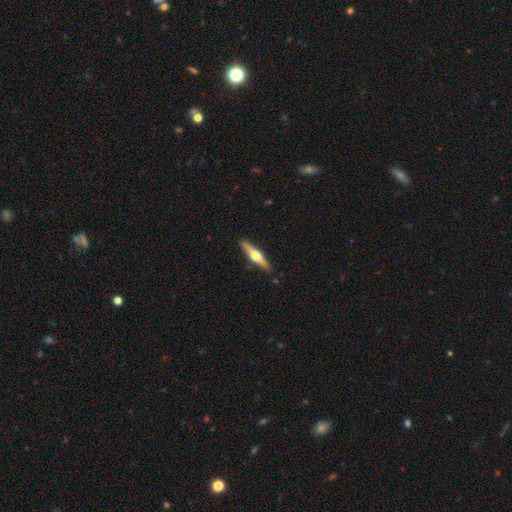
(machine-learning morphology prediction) Smooth or featured? featured or disk (65%)
Edge-on disk? yes (96%)
Edge-on bulge? rounded (95%)
Merging? none (90%)